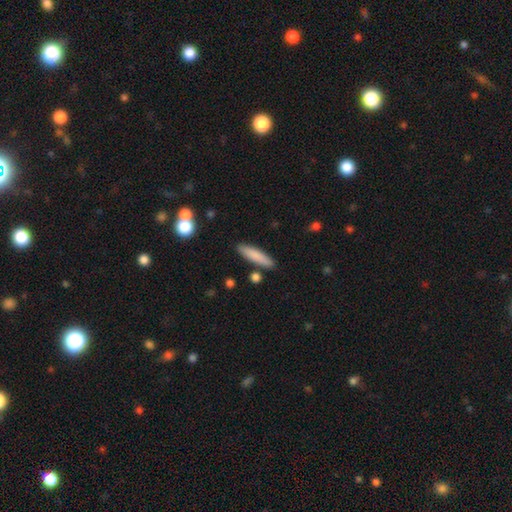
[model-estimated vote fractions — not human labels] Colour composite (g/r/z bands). It shows a smooth galaxy with no disk features (82%) that is cigar-shaped (79%). Merging: none (86%).